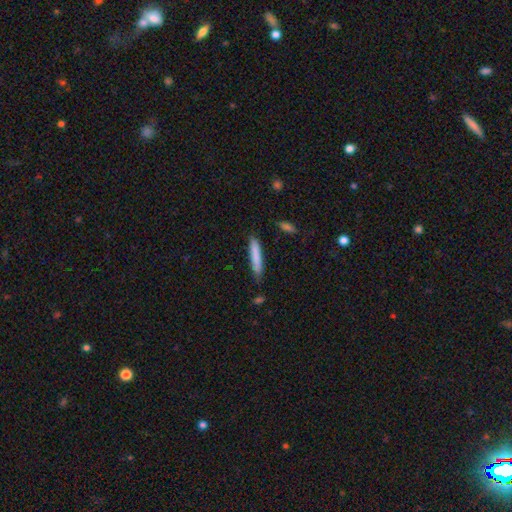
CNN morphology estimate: A smooth galaxy with no disk features (81%) that is cigar-shaped (92%).

Vote fractions:
- Smooth or featured? smooth: 81% / featured or disk: 12% / star or artifact: 6%
- How rounded? cigar-shaped: 92% / in between: 7% / round: 1%
- Merging? none: 83% / minor disturbance: 13% / major disturbance: 2% / merger: 2%